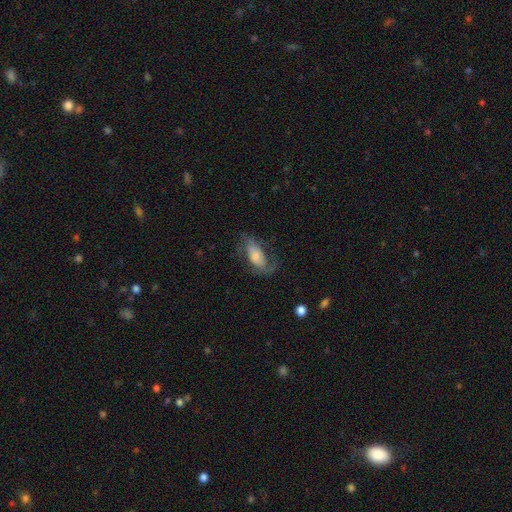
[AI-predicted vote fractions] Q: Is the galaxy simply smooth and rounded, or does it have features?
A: featured or disk — 53%.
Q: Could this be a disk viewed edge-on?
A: no — 90%.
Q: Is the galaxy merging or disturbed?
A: none — 53%.